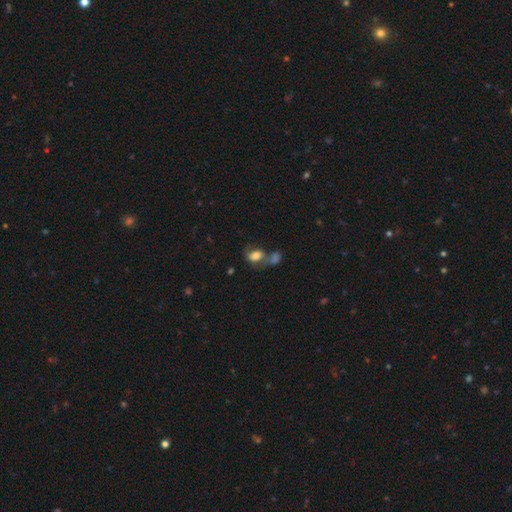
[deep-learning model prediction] Smooth or featured: smooth — 67% (featured or disk — 22%)
How rounded: in between — 79% (round — 19%)
Merging: merger — 44% (none — 30%)